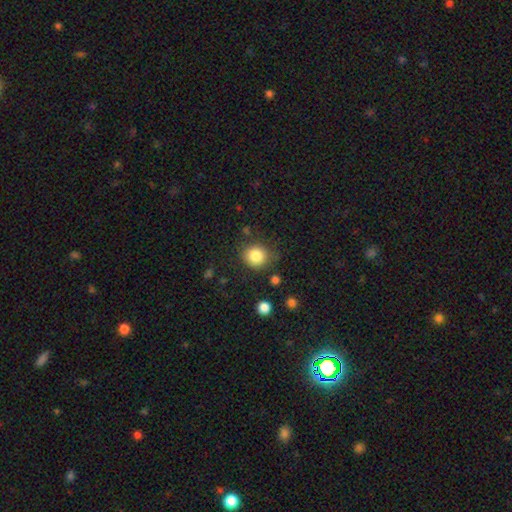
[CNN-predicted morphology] smooth 85%, star or artifact 10%, featured or disk 6%. Down the decision tree: how rounded — round (85%); merging — none (79%).